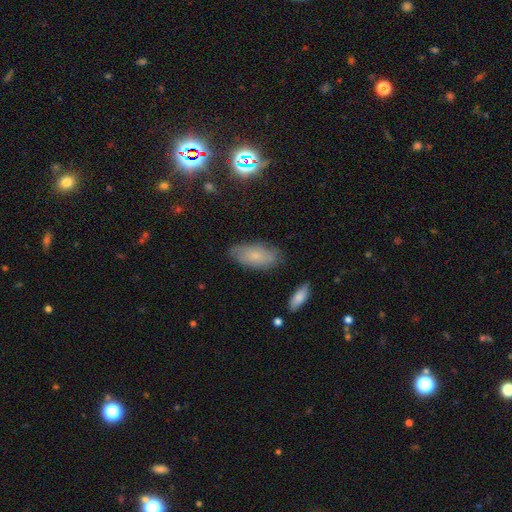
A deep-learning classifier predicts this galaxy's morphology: type=smooth (68%); roundness=in between (88%); merging=none (78%).